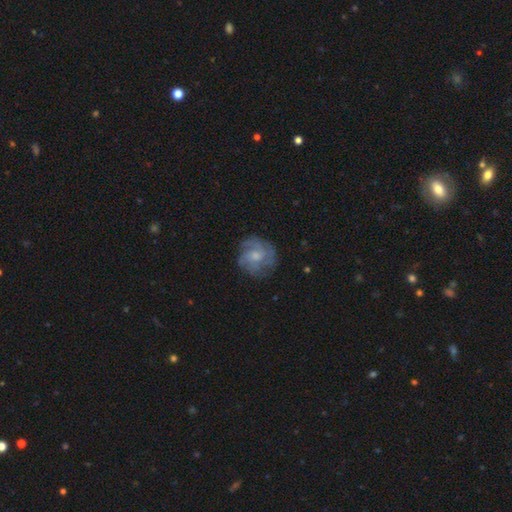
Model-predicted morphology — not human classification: smooth_or_featured: featured or disk (p=0.70) [alt: smooth p=0.23]
disk_edge_on: no (p=0.98) [alt: yes p=0.02]
bar: no (p=0.67) [alt: weak p=0.30]
has_spiral_arms: yes (p=0.90) [alt: no p=0.10]
spiral_winding: tight (p=0.50) [alt: medium p=0.37]
spiral_arm_count: can't tell (p=0.33) [alt: 3 p=0.27]
bulge_size: moderate (p=0.48) [alt: small p=0.38]
merging: none (p=0.73) [alt: minor disturbance p=0.17]